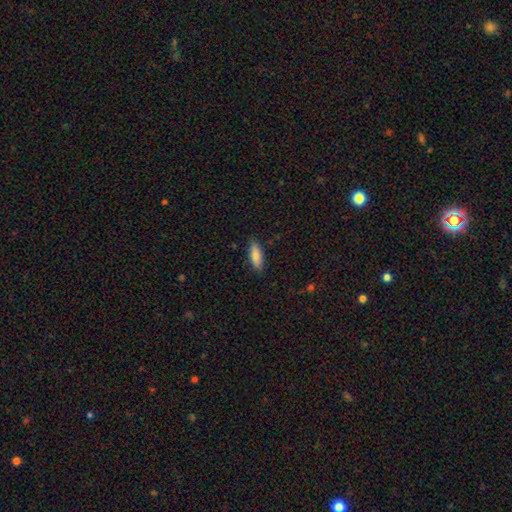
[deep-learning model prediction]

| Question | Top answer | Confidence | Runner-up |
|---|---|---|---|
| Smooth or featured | smooth | 85% | featured or disk (9%) |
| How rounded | in between | 61% | cigar-shaped (37%) |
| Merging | none | 85% | minor disturbance (11%) |